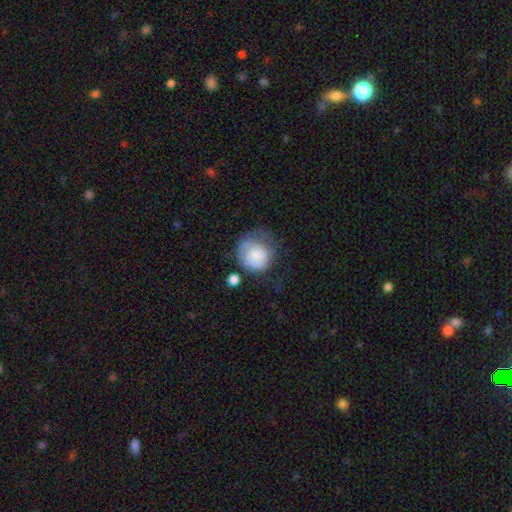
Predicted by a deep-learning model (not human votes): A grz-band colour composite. It shows a smooth galaxy with no disk features (56%) that is round (81%). Merging: none (41%).